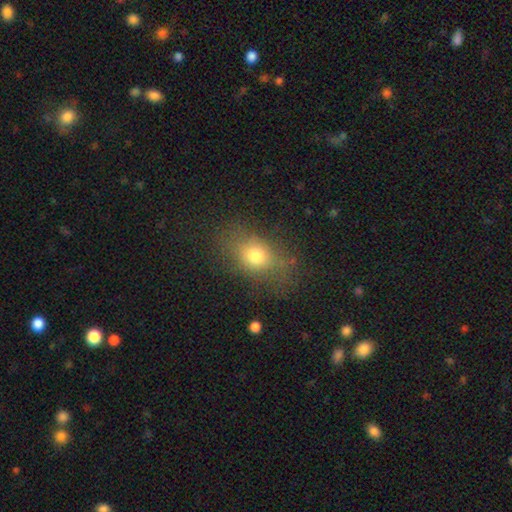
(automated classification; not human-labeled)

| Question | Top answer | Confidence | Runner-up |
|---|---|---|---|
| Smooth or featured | smooth | 74% | featured or disk (13%) |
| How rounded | in between | 64% | round (34%) |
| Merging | none | 71% | minor disturbance (18%) |